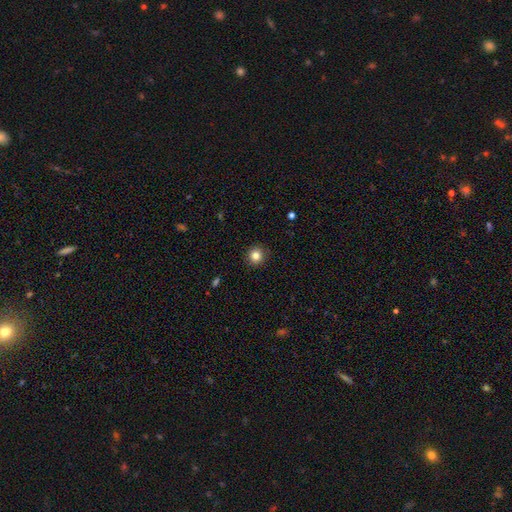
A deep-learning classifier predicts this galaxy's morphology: Smooth or featured: smooth — 83% (star or artifact — 11%)
How rounded: round — 94% (in between — 5%)
Merging: none — 92% (minor disturbance — 5%)